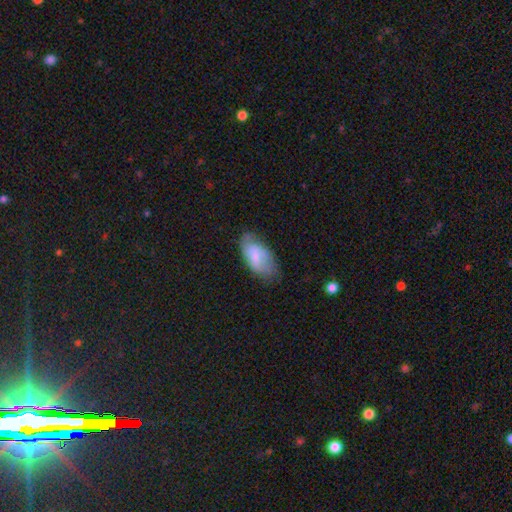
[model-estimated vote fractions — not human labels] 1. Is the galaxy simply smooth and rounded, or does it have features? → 66% smooth, 27% featured or disk, 7% star or artifact.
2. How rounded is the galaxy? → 93% in between, 4% cigar-shaped, 3% round.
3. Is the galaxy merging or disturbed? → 53% none, 34% minor disturbance, 12% major disturbance, 2% merger.